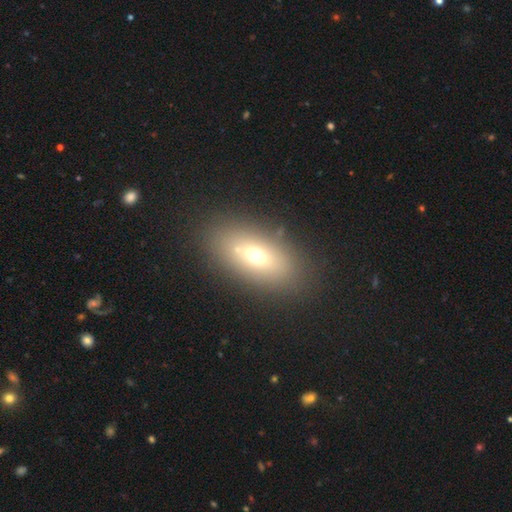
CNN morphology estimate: Smooth or featured? Predicted: smooth (p=0.63). How rounded? Predicted: in between (p=0.83). Merging? Predicted: none (p=0.78).